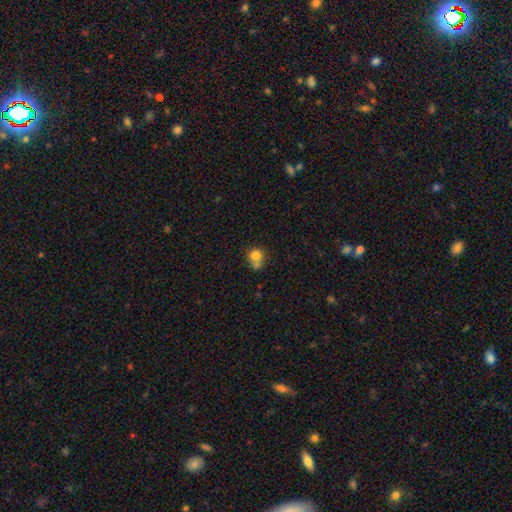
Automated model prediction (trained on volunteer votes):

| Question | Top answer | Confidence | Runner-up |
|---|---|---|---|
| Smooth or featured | smooth | 77% | featured or disk (11%) |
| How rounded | round | 81% | in between (18%) |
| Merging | merger | 43% | none (41%) |